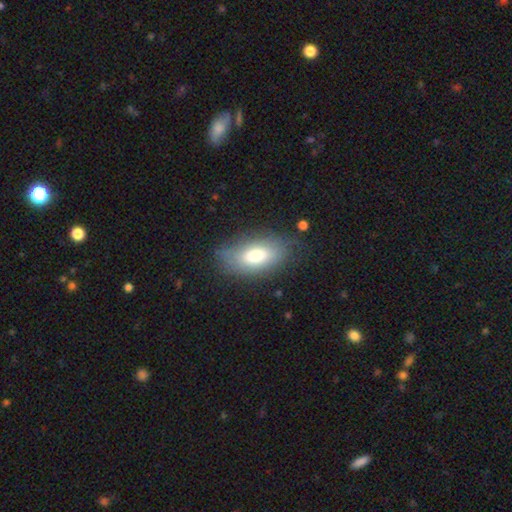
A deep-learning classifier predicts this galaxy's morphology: type=smooth (73%); roundness=in between (91%); merging=none (73%).